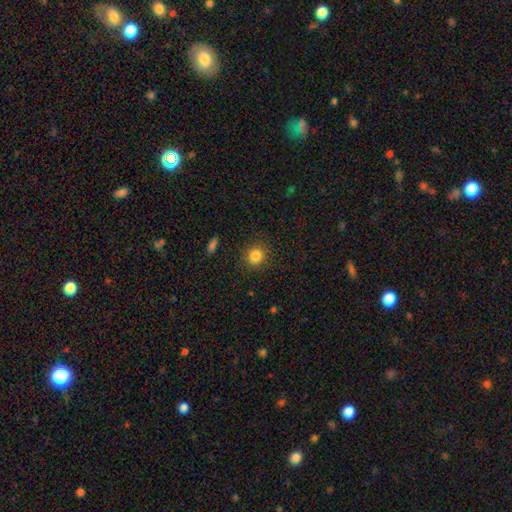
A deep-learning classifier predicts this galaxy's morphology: The model was most divided on "how rounded": round: 85%, in between: 14%, cigar-shaped: 1%. More confident: merging — none (89%); smooth or featured — smooth (84%).